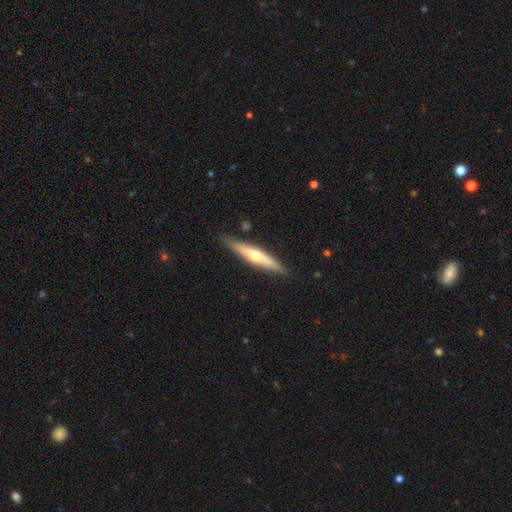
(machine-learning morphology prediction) This appears to be a featured or disk galaxy (54%) viewed edge-on (94%) with a rounded central bulge (81%). Merging: none (87%).